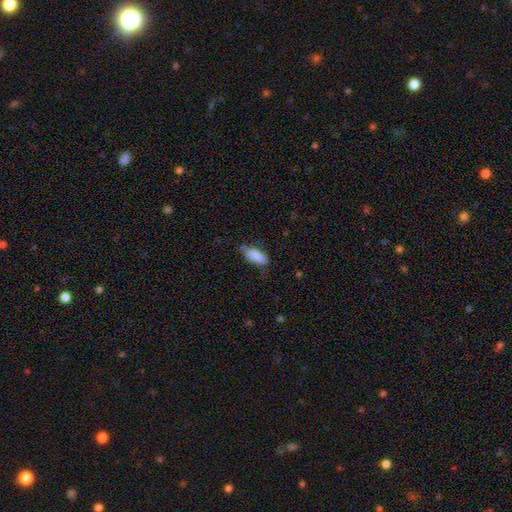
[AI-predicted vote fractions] Smooth or featured?
  - smooth: 85% *
  - featured or disk: 8%
  - star or artifact: 6%
How rounded?
  - in between: 81% *
  - cigar-shaped: 17%
  - round: 2%
Merging?
  - none: 65% *
  - minor disturbance: 28%
  - major disturbance: 5%
  - merger: 2%